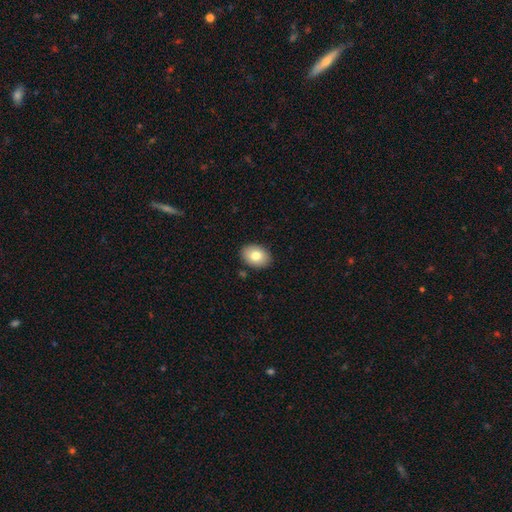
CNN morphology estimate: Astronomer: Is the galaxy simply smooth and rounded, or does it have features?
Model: smooth — 79%.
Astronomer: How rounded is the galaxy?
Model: in between — 75%.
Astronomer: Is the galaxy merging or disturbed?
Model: none — 88%.